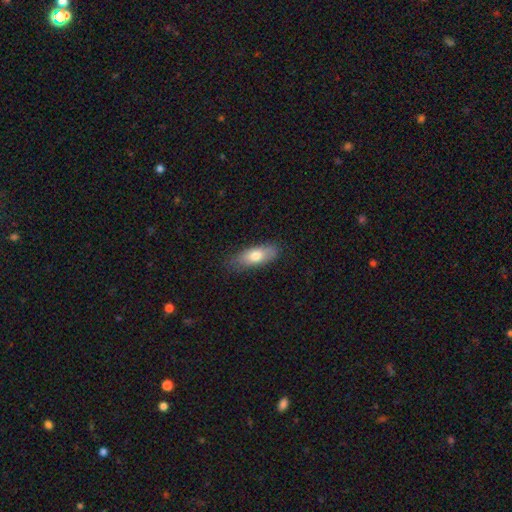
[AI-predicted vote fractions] A smooth galaxy with no disk features (73%) that is in between round and cigar-shaped (76%). Merging: none (76%).